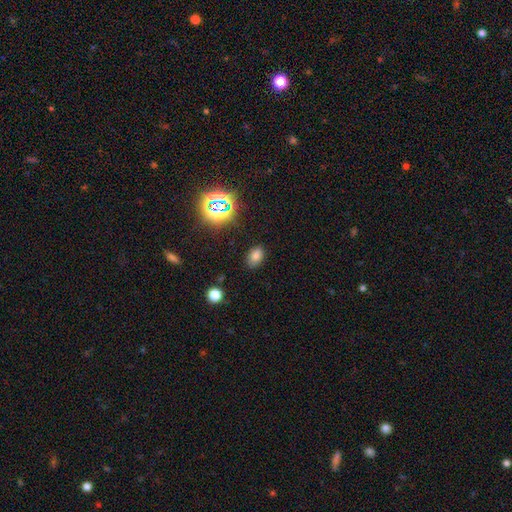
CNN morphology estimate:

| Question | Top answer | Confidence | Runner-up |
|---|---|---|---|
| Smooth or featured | smooth | 73% | star or artifact (19%) |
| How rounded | in between | 83% | round (15%) |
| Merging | none | 83% | minor disturbance (12%) |